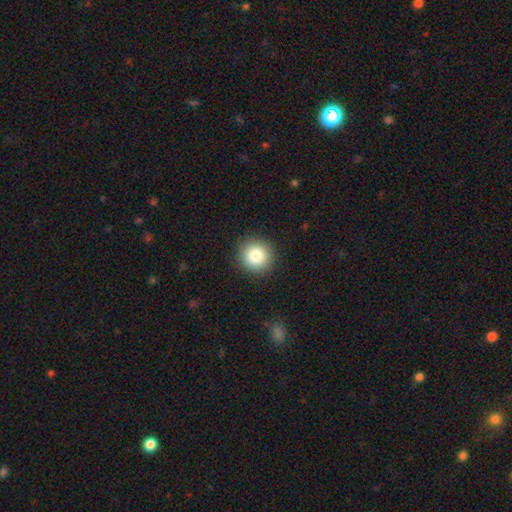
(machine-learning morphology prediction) The model was most divided on "smooth or featured": smooth: 83%, star or artifact: 10%, featured or disk: 7%. More confident: how rounded — round (94%); merging — none (91%).